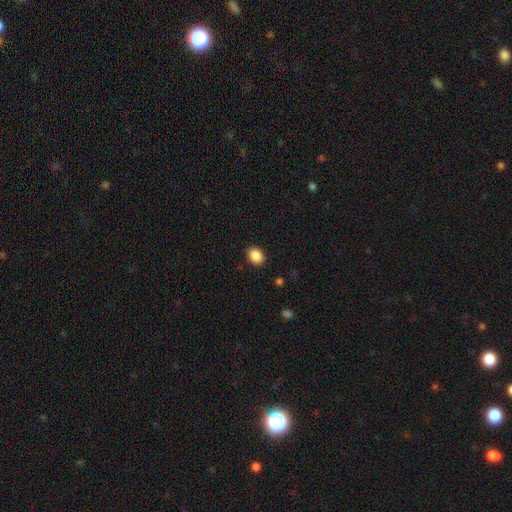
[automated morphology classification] This appears to be a smooth galaxy with no disk features (88%) that is in between round and cigar-shaped (59%). Merging: none (90%).